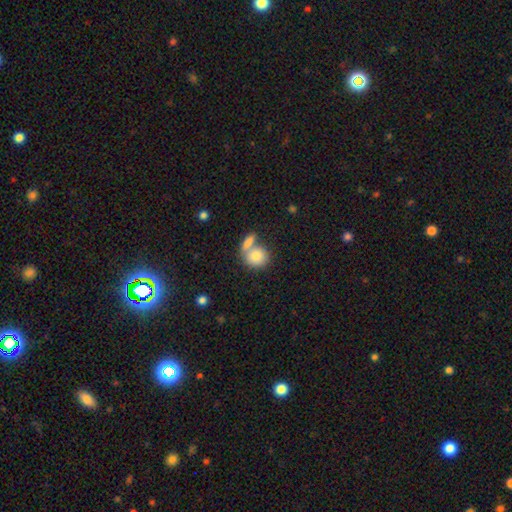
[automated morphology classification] smooth_or_featured: smooth (p=0.79) [alt: featured or disk p=0.14]
how_rounded: round (p=0.72) [alt: in between p=0.27]
merging: merger (p=0.46) [alt: none p=0.40]